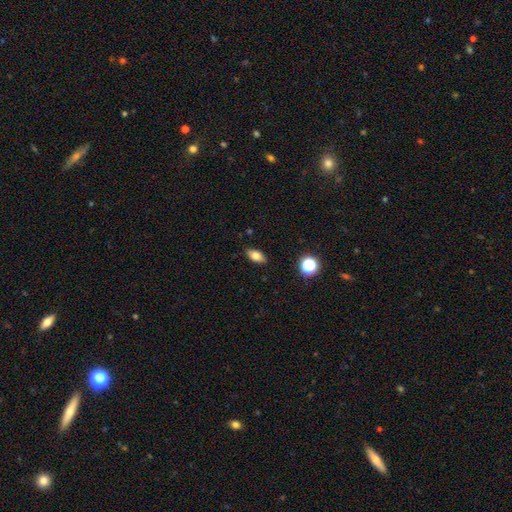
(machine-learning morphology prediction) A smooth galaxy with no disk features (78%) that is in between round and cigar-shaped (86%).

Vote fractions:
- Smooth or featured? smooth: 78% / featured or disk: 12% / star or artifact: 10%
- How rounded? in between: 86% / cigar-shaped: 7% / round: 7%
- Merging? none: 88% / minor disturbance: 9% / major disturbance: 2% / merger: 1%